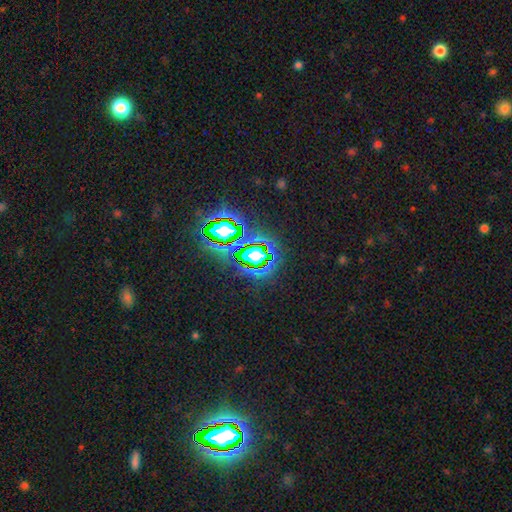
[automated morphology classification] Smooth or featured: star or artifact — 70% (smooth — 18%)